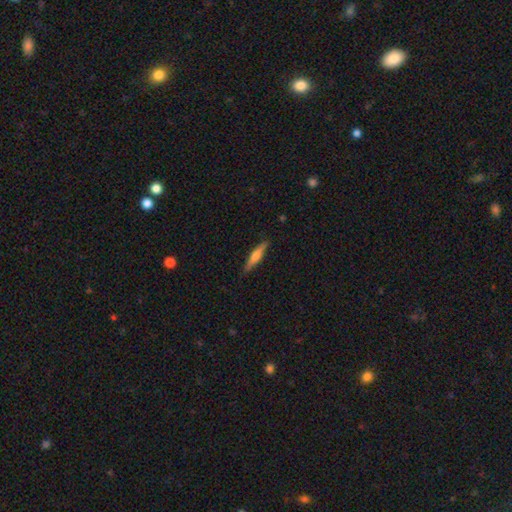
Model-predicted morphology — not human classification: Q: Smooth or featured?
A: smooth (51%); runner-up: featured or disk (43%)
Q: How rounded?
A: cigar-shaped (86%); runner-up: in between (13%)
Q: Merging?
A: none (88%); runner-up: minor disturbance (9%)